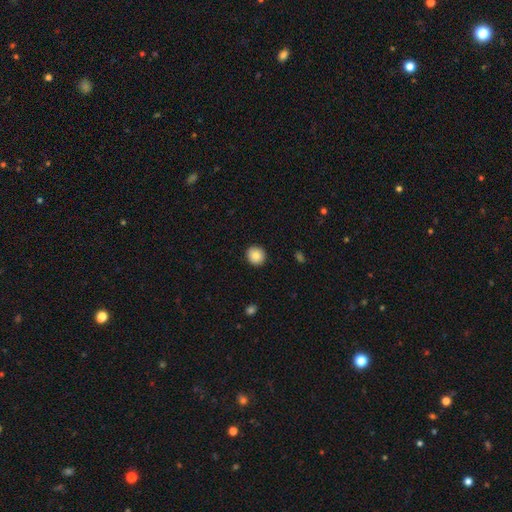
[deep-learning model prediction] Q: Smooth or featured?
A: smooth (87%); runner-up: star or artifact (8%)
Q: How rounded?
A: round (90%); runner-up: in between (9%)
Q: Merging?
A: none (92%); runner-up: minor disturbance (6%)